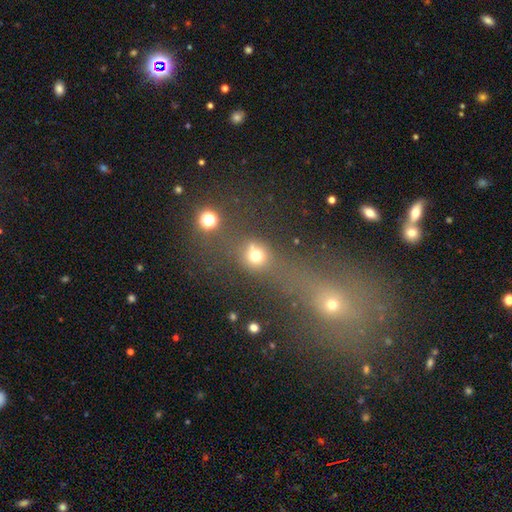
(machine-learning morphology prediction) This is likely a smooth galaxy (65%). How rounded: likely round (72%). Merging: possibly none (48%).